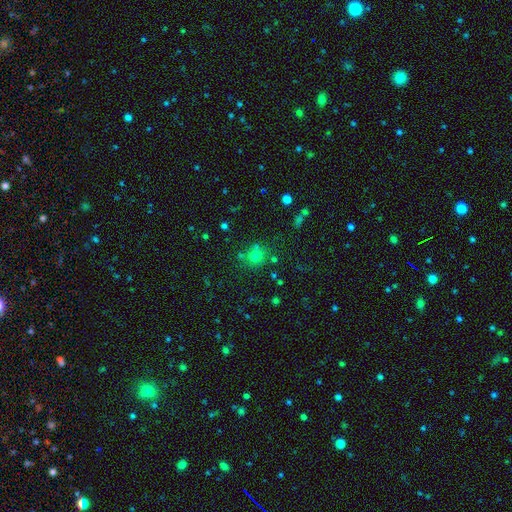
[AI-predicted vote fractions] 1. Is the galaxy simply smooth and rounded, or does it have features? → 69% smooth, 22% star or artifact, 9% featured or disk.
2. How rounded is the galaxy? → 87% round, 12% in between, 1% cigar-shaped.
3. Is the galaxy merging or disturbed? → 73% none, 12% merger, 11% minor disturbance, 5% major disturbance.